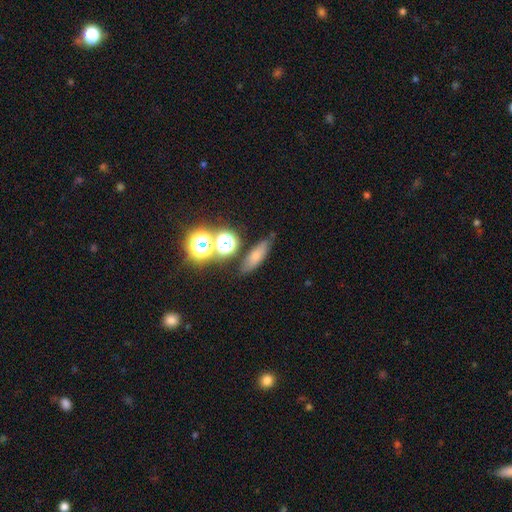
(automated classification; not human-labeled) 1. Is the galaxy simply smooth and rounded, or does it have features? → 44% smooth, 30% star or artifact, 26% featured or disk.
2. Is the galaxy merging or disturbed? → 76% none, 11% minor disturbance, 8% merger, 4% major disturbance.